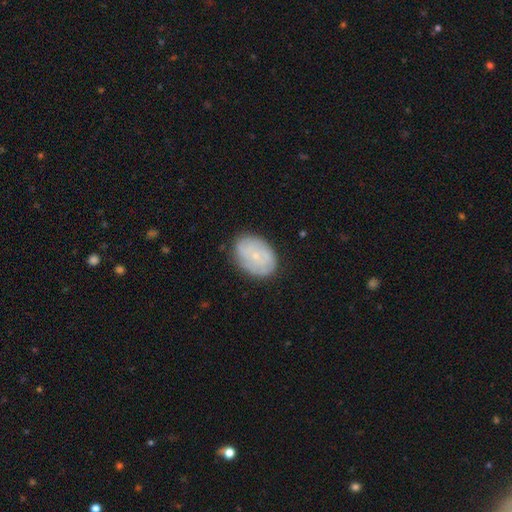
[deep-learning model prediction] smooth-or-featured: featured or disk: 54% | smooth: 39% | star or artifact: 7%
  disk-edge-on: no: 96% | yes: 4%
    bar: no: 83% | weak: 14% | strong: 2%
    has-spiral-arms: yes: 75% | no: 25%
    bulge-size: small: 80% | moderate: 14% | none: 3% | large: 1% | dominant: 1%
  merging: none: 79% | minor disturbance: 16% | major disturbance: 4% | merger: 1%